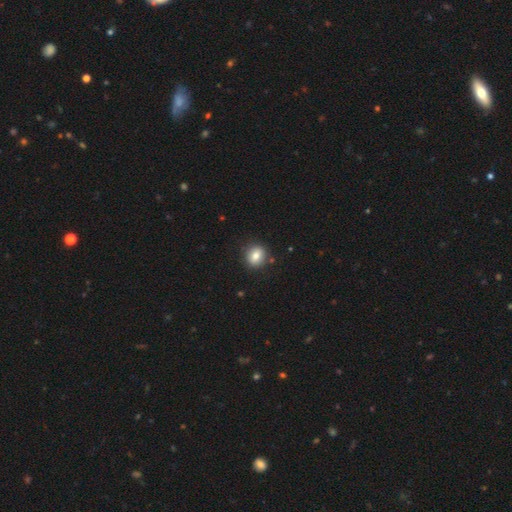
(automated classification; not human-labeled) Q: Smooth or featured?
A: smooth (80%); runner-up: featured or disk (10%)
Q: How rounded?
A: round (69%); runner-up: in between (30%)
Q: Merging?
A: none (87%); runner-up: minor disturbance (9%)